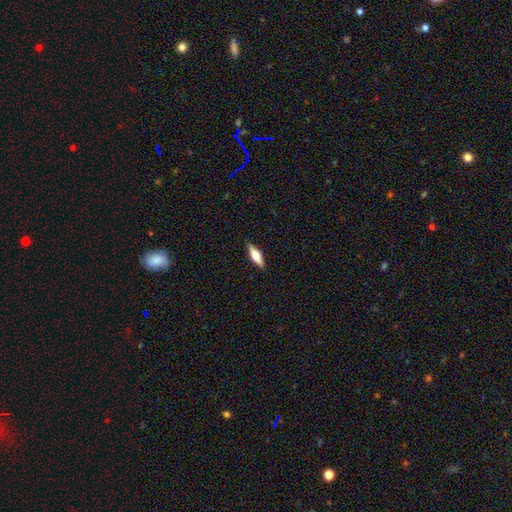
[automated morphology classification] The model was most divided on "smooth or featured": smooth: 49%, featured or disk: 45%, star or artifact: 6%. More confident: merging — none (90%).